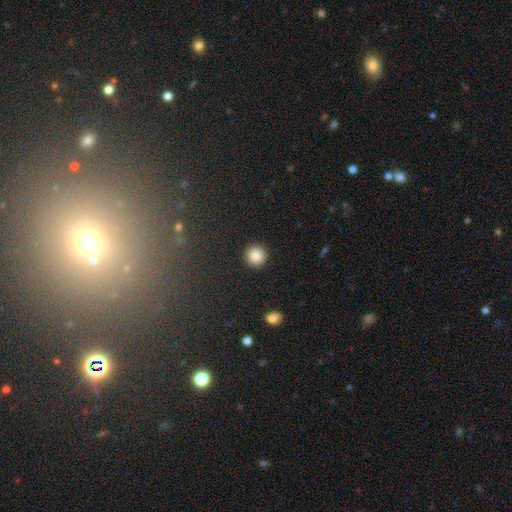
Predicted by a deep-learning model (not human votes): A smooth galaxy with no disk features (86%) that is round (95%). Merging: none (93%).